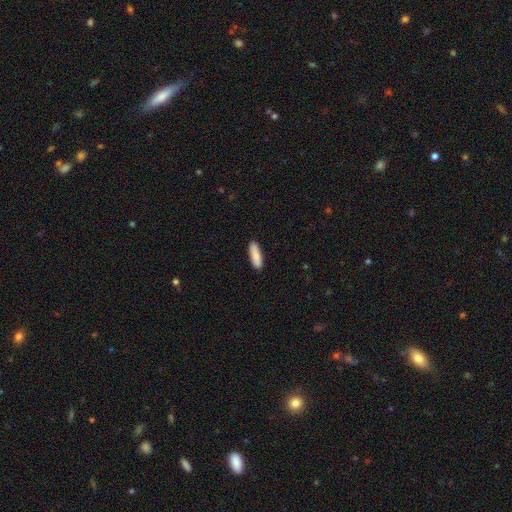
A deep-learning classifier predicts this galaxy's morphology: Smooth or featured? Predicted: smooth (p=0.86). How rounded? Predicted: cigar-shaped (p=0.57). Merging? Predicted: none (p=0.89).